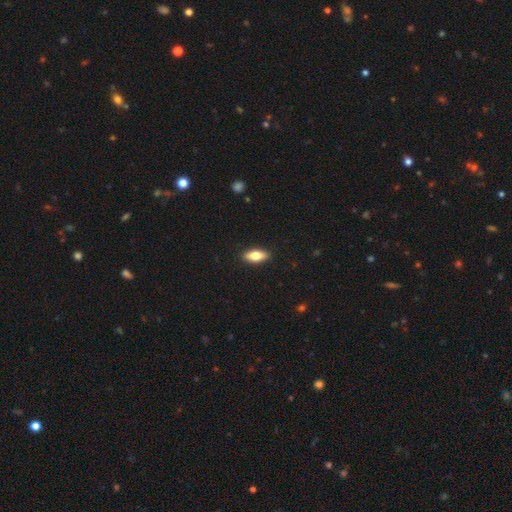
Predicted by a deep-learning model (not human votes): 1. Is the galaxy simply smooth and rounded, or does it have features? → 72% smooth, 22% featured or disk, 6% star or artifact.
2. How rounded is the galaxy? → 78% in between, 18% cigar-shaped, 3% round.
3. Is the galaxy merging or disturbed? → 90% none, 7% minor disturbance, 2% major disturbance, 1% merger.